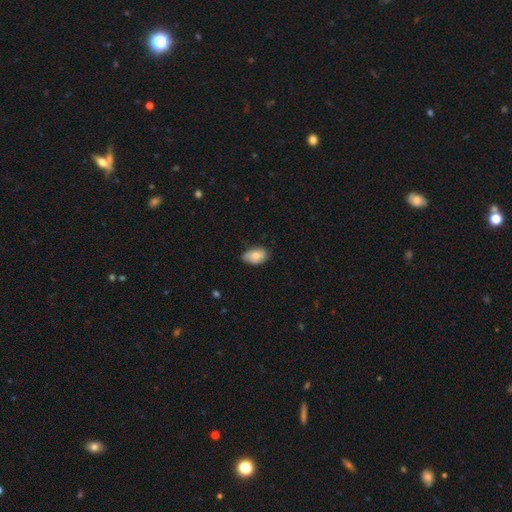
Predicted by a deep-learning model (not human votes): This is likely a smooth galaxy (80%). How rounded: clearly in between (91%). Merging: likely none (67%).